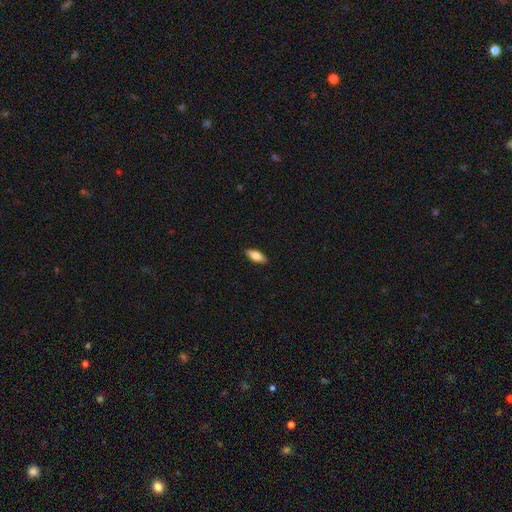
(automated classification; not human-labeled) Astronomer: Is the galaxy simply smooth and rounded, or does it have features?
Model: smooth — 77%.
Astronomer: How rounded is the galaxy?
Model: in between — 74%.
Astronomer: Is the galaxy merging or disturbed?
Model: none — 89%.